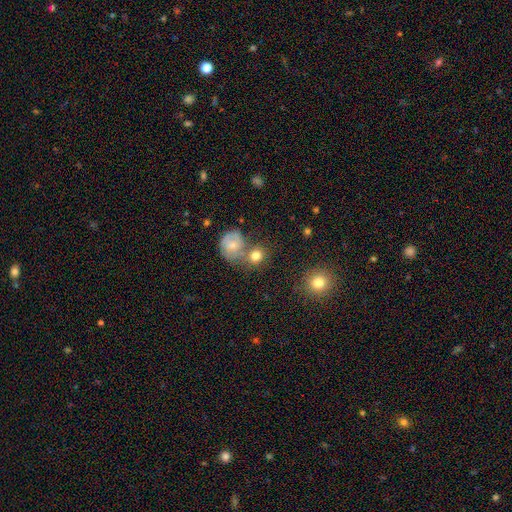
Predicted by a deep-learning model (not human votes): This appears to be a smooth galaxy with no disk features (77%) that is round (81%). Merging: none (55%).